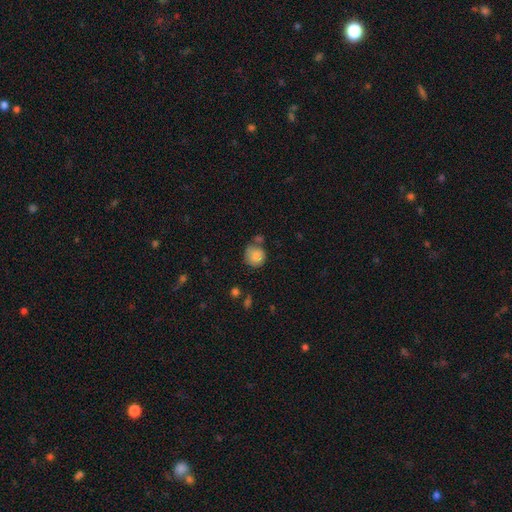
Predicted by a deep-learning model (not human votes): Smooth or featured: smooth — 83% (featured or disk — 9%)
How rounded: round — 88% (in between — 11%)
Merging: none — 59% (minor disturbance — 20%)